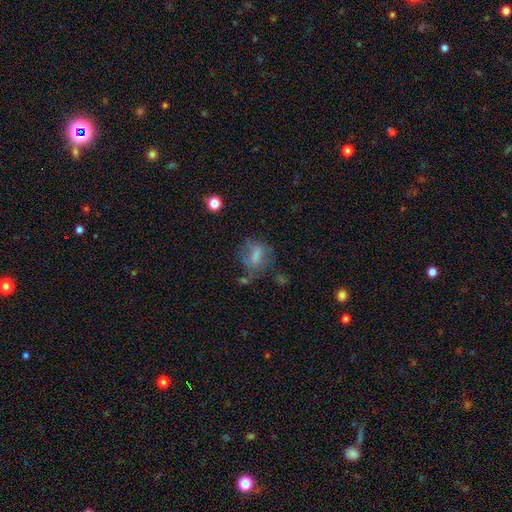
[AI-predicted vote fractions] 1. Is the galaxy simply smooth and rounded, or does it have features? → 63% smooth, 24% featured or disk, 13% star or artifact.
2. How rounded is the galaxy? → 59% in between, 37% round, 4% cigar-shaped.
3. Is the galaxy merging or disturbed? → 42% none, 25% major disturbance, 24% minor disturbance, 9% merger.